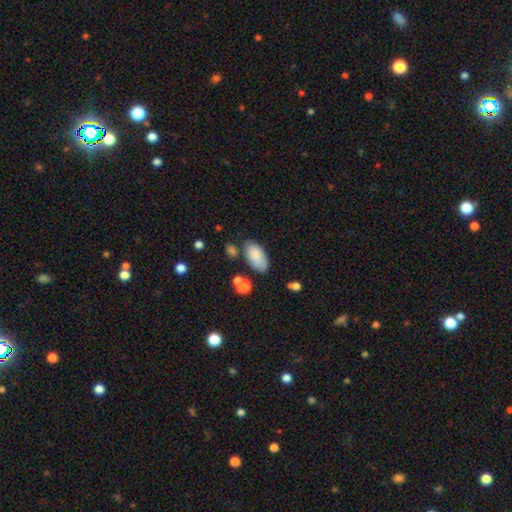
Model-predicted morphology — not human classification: The model was most divided on "merging": none: 67%, minor disturbance: 19%, merger: 8%, major disturbance: 6%. More confident: how rounded — in between (94%); smooth or featured — smooth (84%).